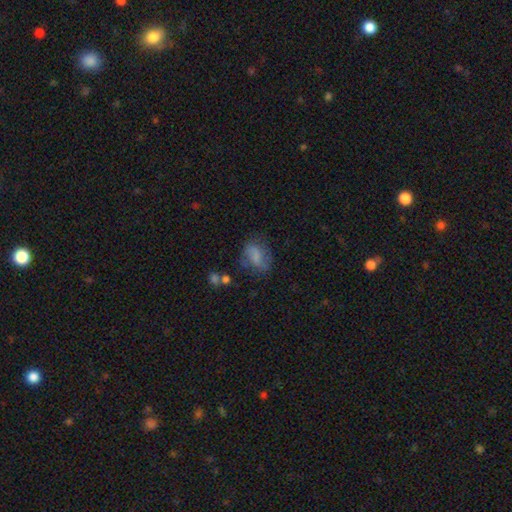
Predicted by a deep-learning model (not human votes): Smooth or featured? smooth (55%)
How rounded? in between (79%)
Merging? none (56%)